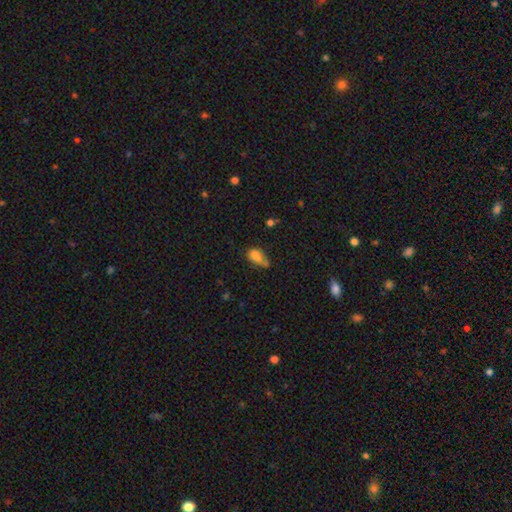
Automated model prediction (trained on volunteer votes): Morphology: type=smooth (78%); roundness=in between (85%); merging=none (37%).